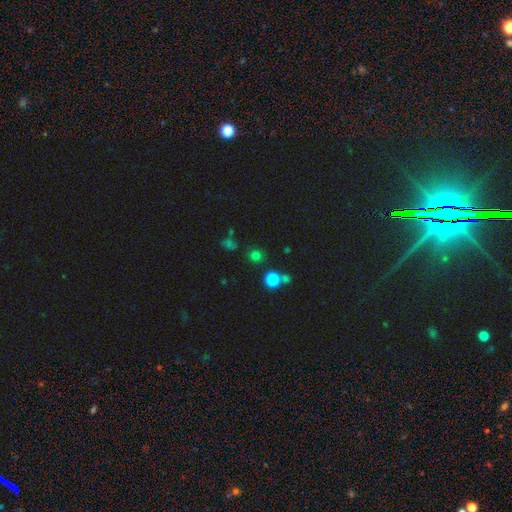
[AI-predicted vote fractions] Smooth or featured? Predicted: smooth (p=0.73). How rounded? Predicted: round (p=0.87). Merging? Predicted: none (p=0.80).